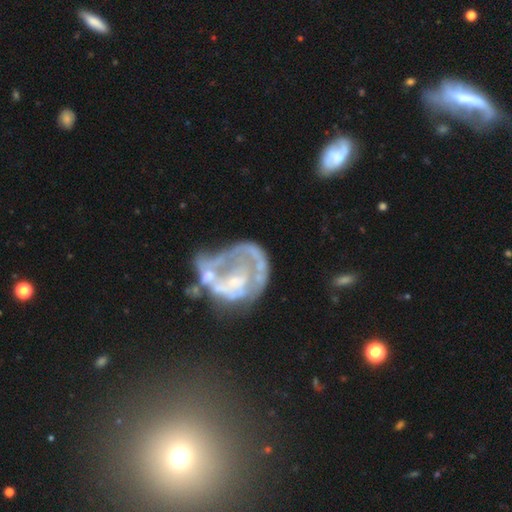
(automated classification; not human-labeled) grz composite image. It shows a featured or disk galaxy (72%) with no bar (82%), no spiral arms (73%) and no central bulge (50%). Merging: major disturbance (36%).